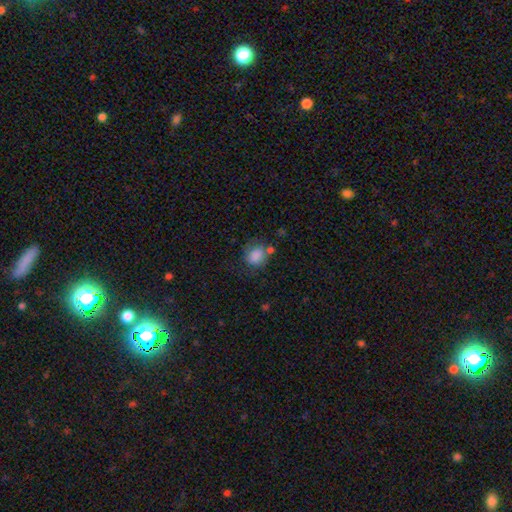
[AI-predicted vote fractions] Overall: smooth (83%). How rounded: round (65%; in between 34%). Merging: none (57%; minor disturbance 22%).